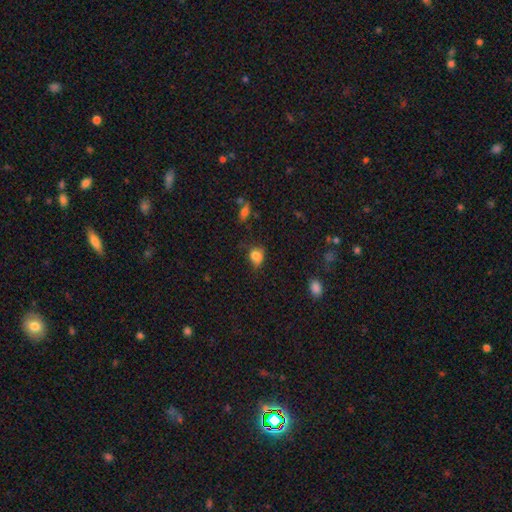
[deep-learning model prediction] A smooth galaxy with no disk features (81%) that is round (50%).

Vote fractions:
- Smooth or featured? smooth: 81% / star or artifact: 11% / featured or disk: 7%
- How rounded? round: 50% / in between: 49% / cigar-shaped: 1%
- Merging? none: 54% / minor disturbance: 33% / major disturbance: 10% / merger: 3%